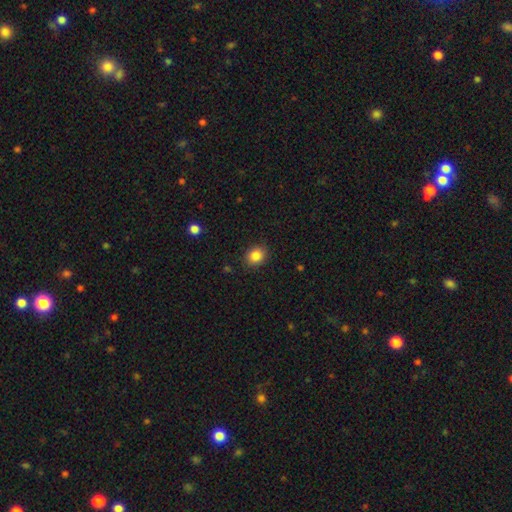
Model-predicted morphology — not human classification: Smooth or featured? Predicted: smooth (p=0.86). How rounded? Predicted: round (p=0.62). Merging? Predicted: none (p=0.88).